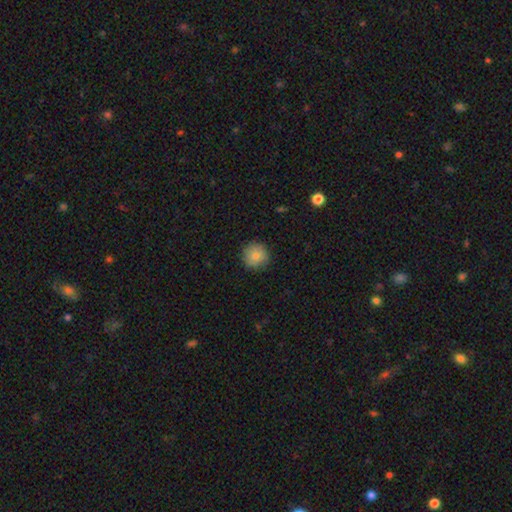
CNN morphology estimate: smooth_or_featured: smooth (p=0.81) [alt: featured or disk p=0.09]
how_rounded: round (p=0.94) [alt: in between p=0.05]
merging: none (p=0.88) [alt: minor disturbance p=0.09]